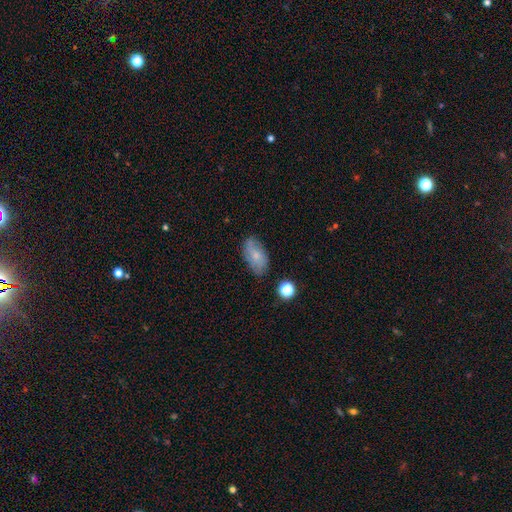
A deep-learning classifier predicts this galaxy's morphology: Smooth or featured?
  - smooth: 63% *
  - featured or disk: 28%
  - star or artifact: 9%
How rounded?
  - in between: 91% *
  - round: 6%
  - cigar-shaped: 3%
Merging?
  - none: 71% *
  - minor disturbance: 21%
  - major disturbance: 5%
  - merger: 2%